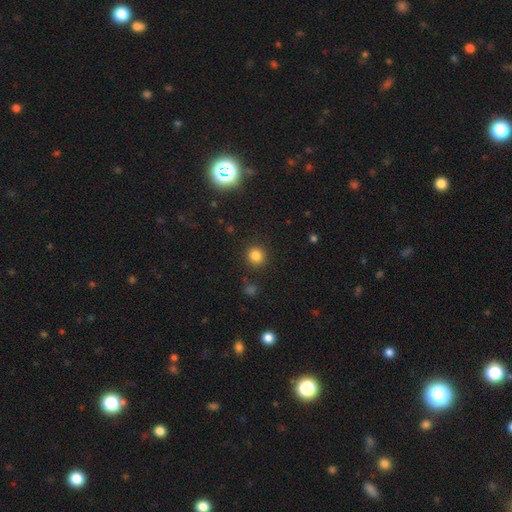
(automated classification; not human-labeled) The model was most divided on "smooth or featured": smooth: 83%, star or artifact: 12%, featured or disk: 5%. More confident: how rounded — round (91%); merging — none (89%).